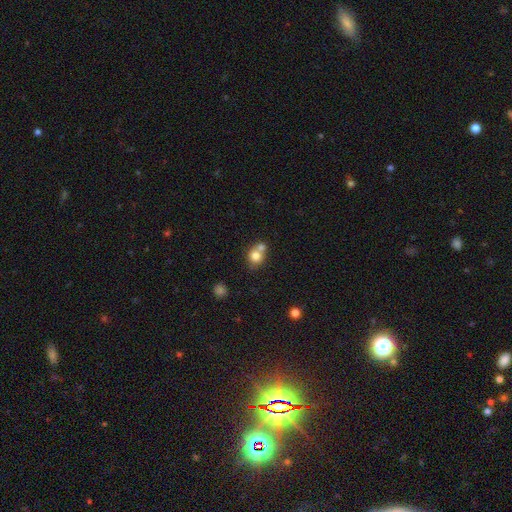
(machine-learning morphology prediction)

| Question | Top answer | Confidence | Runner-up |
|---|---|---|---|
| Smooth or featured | smooth | 78% | featured or disk (12%) |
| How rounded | round | 75% | in between (24%) |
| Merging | merger | 53% | none (37%) |